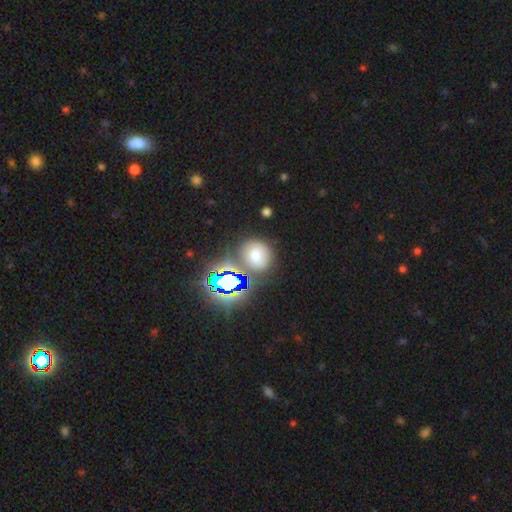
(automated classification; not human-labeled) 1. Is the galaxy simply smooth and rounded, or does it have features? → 61% smooth, 27% star or artifact, 12% featured or disk.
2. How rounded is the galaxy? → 77% round, 22% in between, 1% cigar-shaped.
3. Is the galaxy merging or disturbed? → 70% none, 15% minor disturbance, 9% merger, 6% major disturbance.